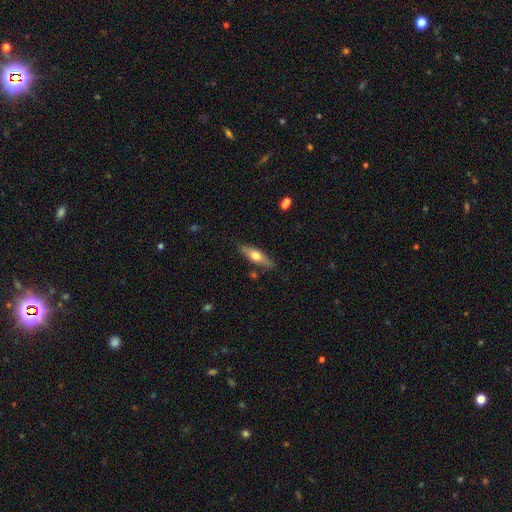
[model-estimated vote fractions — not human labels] Overall: smooth (53%; featured or disk 41%). How rounded: cigar-shaped (56%; in between 42%). Merging: none (82%).